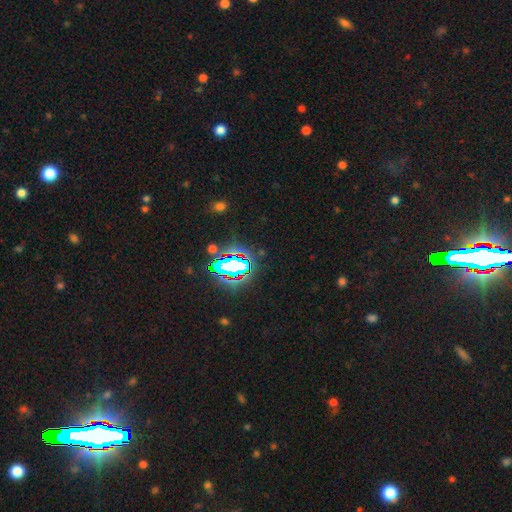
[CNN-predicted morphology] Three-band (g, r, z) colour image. It shows a star or artifact, not a galaxy (82%).